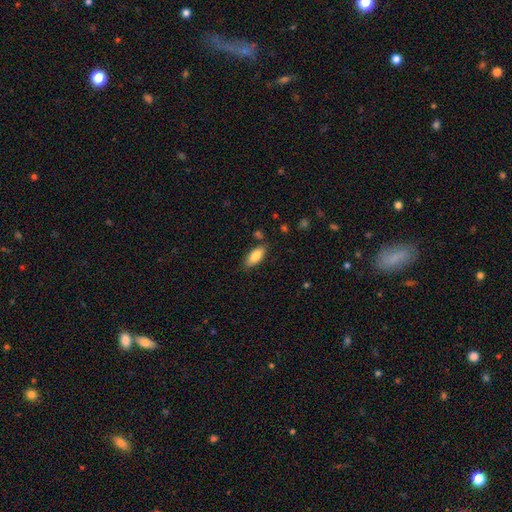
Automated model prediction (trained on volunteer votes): A smooth galaxy with no disk features (84%) that is in between round and cigar-shaped (83%).

Vote fractions:
- Smooth or featured? smooth: 84% / featured or disk: 10% / star or artifact: 6%
- How rounded? in between: 83% / cigar-shaped: 15% / round: 2%
- Merging? none: 80% / minor disturbance: 14% / merger: 3% / major disturbance: 3%